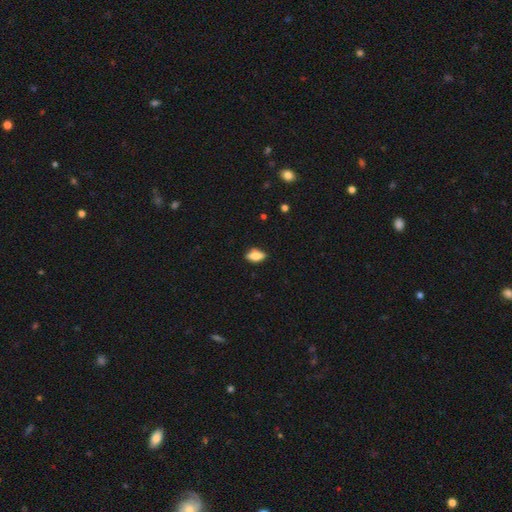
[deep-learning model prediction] Q: Smooth or featured?
A: smooth (69%); runner-up: featured or disk (23%)
Q: How rounded?
A: in between (81%); runner-up: cigar-shaped (14%)
Q: Merging?
A: none (80%); runner-up: minor disturbance (16%)